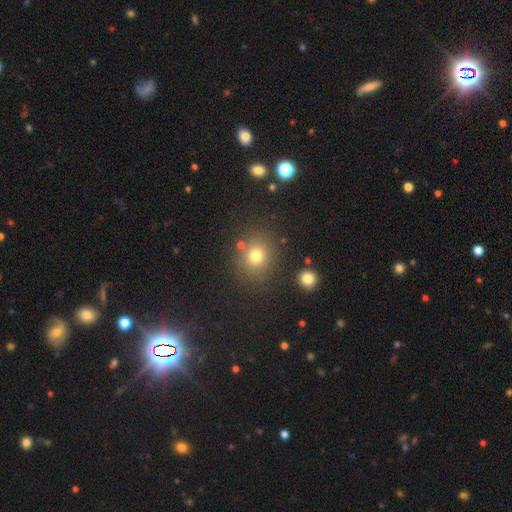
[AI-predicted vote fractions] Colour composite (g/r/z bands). It shows a smooth galaxy with no disk features (74%) that is round (79%). Merging: none (80%).